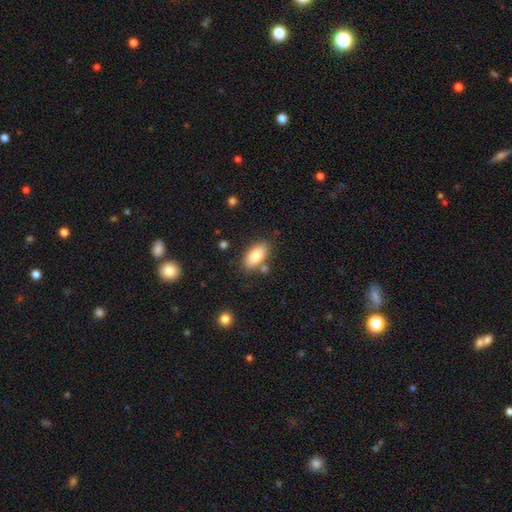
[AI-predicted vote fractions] The model was most divided on "merging": none: 77%, minor disturbance: 13%, merger: 7%, major disturbance: 3%. More confident: how rounded — in between (91%); smooth or featured — smooth (81%).